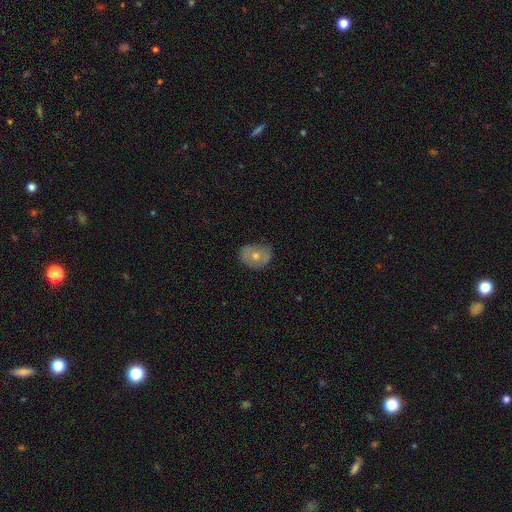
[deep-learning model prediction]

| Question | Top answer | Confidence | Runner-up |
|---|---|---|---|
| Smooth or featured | smooth | 60% | featured or disk (32%) |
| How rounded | round | 52% | in between (47%) |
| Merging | none | 73% | minor disturbance (21%) |